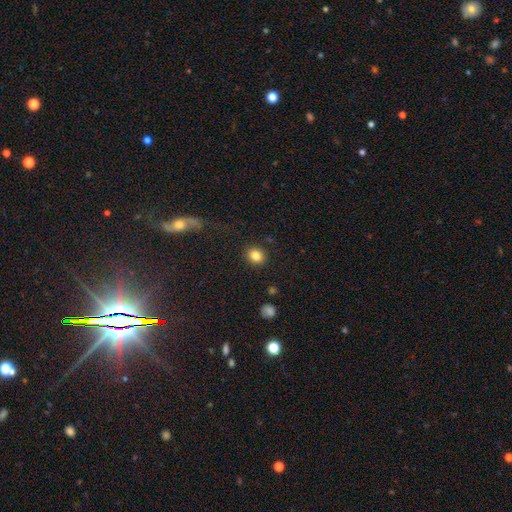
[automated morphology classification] type=smooth (84%); roundness=round (68%); merging=none (88%).